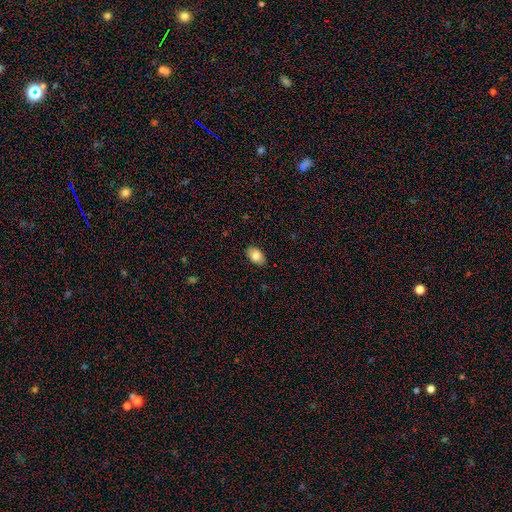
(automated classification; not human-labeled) A smooth galaxy with no disk features (83%) that is in between round and cigar-shaped (91%).

Vote fractions:
- Smooth or featured? smooth: 83% / featured or disk: 10% / star or artifact: 7%
- How rounded? in between: 91% / round: 8% / cigar-shaped: 1%
- Merging? none: 87% / minor disturbance: 10% / major disturbance: 2% / merger: 1%